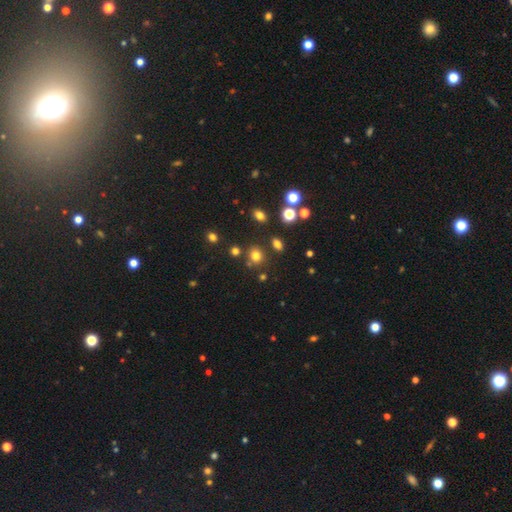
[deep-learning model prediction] smooth_or_featured: smooth (p=0.74) [alt: star or artifact p=0.19]
how_rounded: round (p=0.78) [alt: in between p=0.21]
merging: none (p=0.77) [alt: minor disturbance p=0.10]